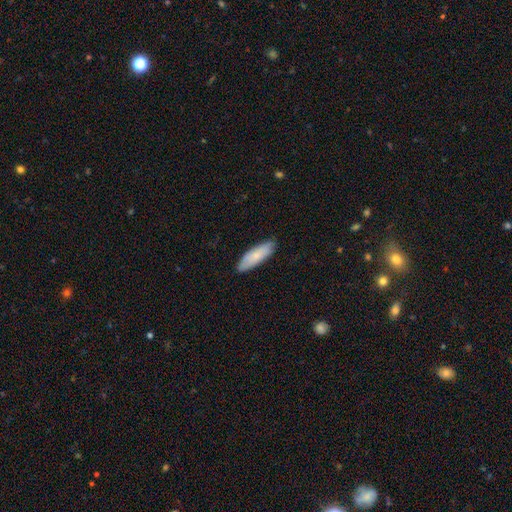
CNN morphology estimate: Q: Smooth or featured?
A: smooth (78%); runner-up: featured or disk (17%)
Q: How rounded?
A: in between (50%); runner-up: cigar-shaped (48%)
Q: Merging?
A: none (86%); runner-up: minor disturbance (12%)